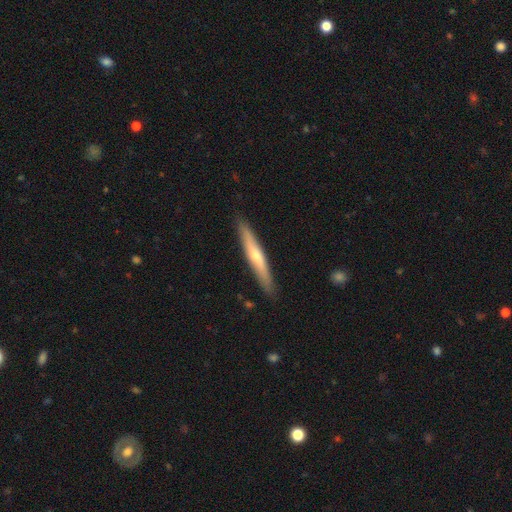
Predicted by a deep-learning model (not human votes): Overall: featured or disk (54%; smooth 40%). Edge-on disk: yes (93%). Edge-on bulge: rounded (76%). Merging: none (90%).